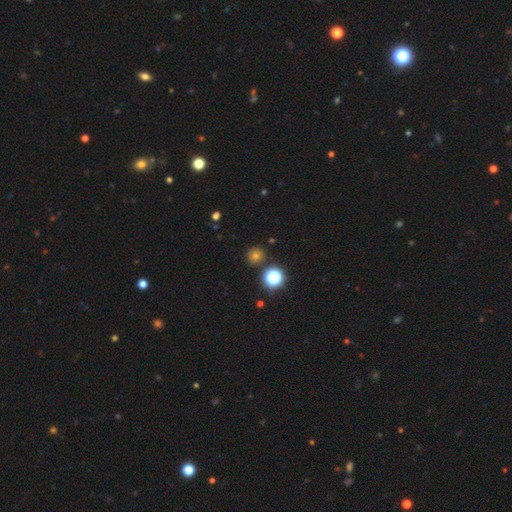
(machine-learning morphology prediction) smooth_or_featured: smooth (p=0.57) [alt: star or artifact p=0.35]
how_rounded: round (p=0.91) [alt: in between p=0.08]
merging: none (p=0.85) [alt: minor disturbance p=0.07]